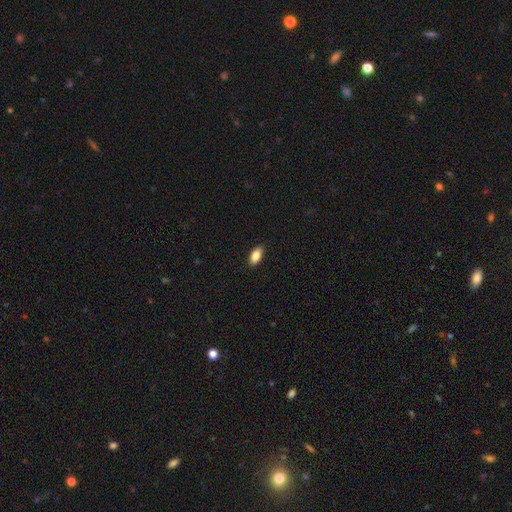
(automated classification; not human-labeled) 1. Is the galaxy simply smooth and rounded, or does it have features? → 85% smooth, 8% featured or disk, 7% star or artifact.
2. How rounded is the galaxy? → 90% in between, 7% cigar-shaped, 3% round.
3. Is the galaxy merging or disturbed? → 89% none, 8% minor disturbance, 2% major disturbance, 1% merger.